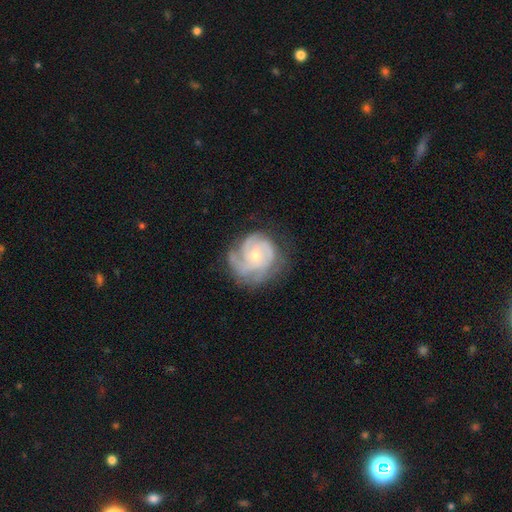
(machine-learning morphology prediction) A featured or disk galaxy (84%) with no bar (77%), 3 (41%) tight (67%) spiral arms (96%) and a small central bulge (68%). Merging: none (67%).